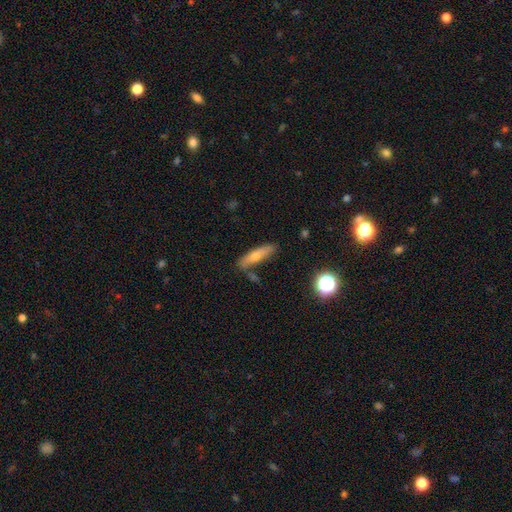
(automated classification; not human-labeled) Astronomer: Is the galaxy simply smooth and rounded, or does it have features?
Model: smooth — 55% (runner-up: featured or disk, 35%).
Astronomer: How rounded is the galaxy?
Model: cigar-shaped — 75%.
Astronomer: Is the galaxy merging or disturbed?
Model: none — 74%.